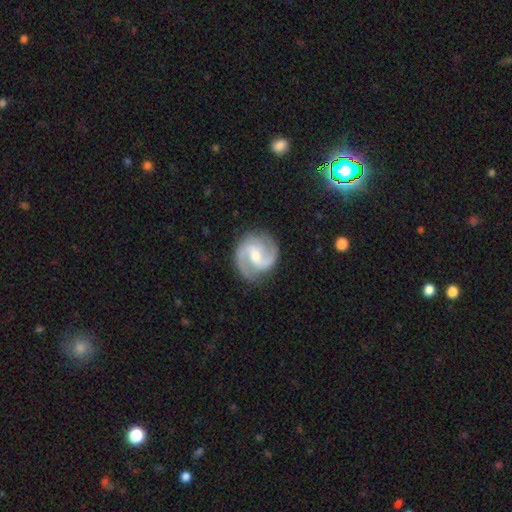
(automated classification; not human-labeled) Morphology: type=featured or disk (90%); edge-on=no (98%); bar=weak (51%); spiral arms=yes (98%); winding=medium (58%); arm count=2 (86%); bulge=moderate (55%); merging=none (83%).